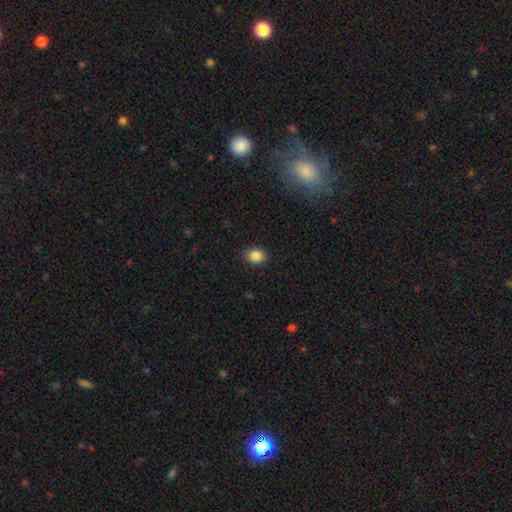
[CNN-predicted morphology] This is clearly a smooth galaxy (87%). How rounded: possibly in between (56%). Merging: clearly none (89%).